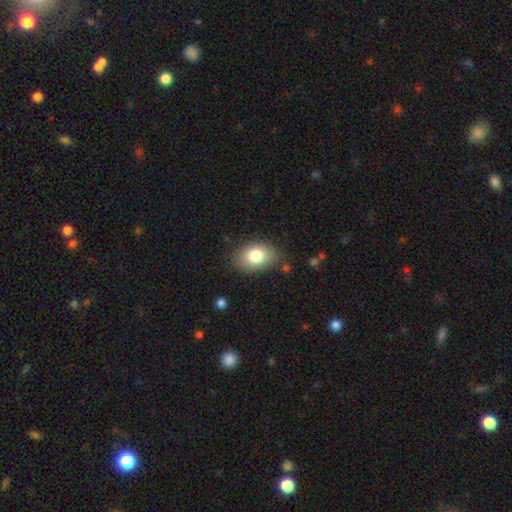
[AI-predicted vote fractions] Smooth or featured?
  - smooth: 80% *
  - featured or disk: 12%
  - star or artifact: 8%
How rounded?
  - in between: 83% *
  - round: 16%
  - cigar-shaped: 1%
Merging?
  - none: 79% *
  - minor disturbance: 15%
  - major disturbance: 4%
  - merger: 2%